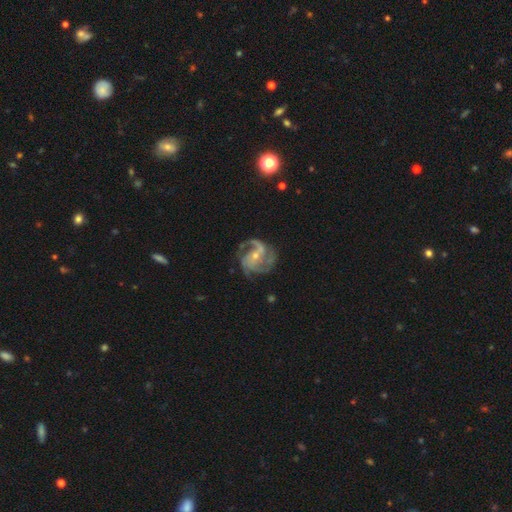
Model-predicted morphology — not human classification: type=featured or disk (90%); edge-on=no (98%); bar=no (57%); spiral arms=yes (97%); winding=medium (53%); arm count=3 (45%); bulge=small (66%); merging=none (69%).